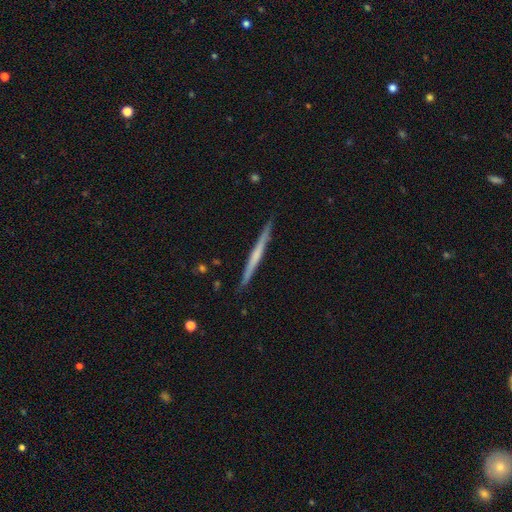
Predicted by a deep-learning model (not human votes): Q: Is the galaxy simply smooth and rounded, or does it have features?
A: featured or disk — 58%.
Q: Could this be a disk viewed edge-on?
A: yes — 98%.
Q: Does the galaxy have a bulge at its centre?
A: none — 76%.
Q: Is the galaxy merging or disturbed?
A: none — 90%.